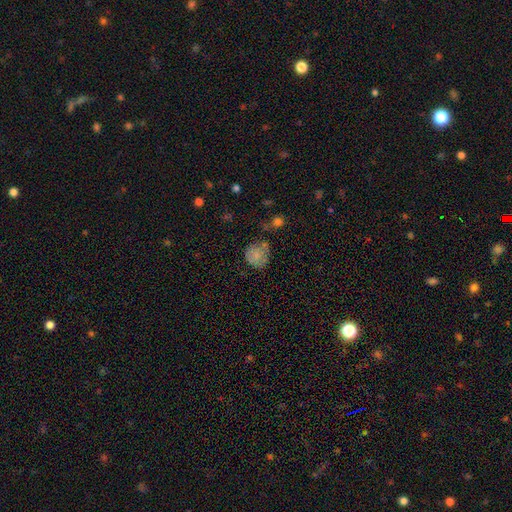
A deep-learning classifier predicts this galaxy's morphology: Smooth or featured?
  - smooth: 76% *
  - featured or disk: 14%
  - star or artifact: 10%
How rounded?
  - round: 81% *
  - in between: 18%
  - cigar-shaped: 1%
Merging?
  - none: 53% *
  - minor disturbance: 28%
  - major disturbance: 10%
  - merger: 9%